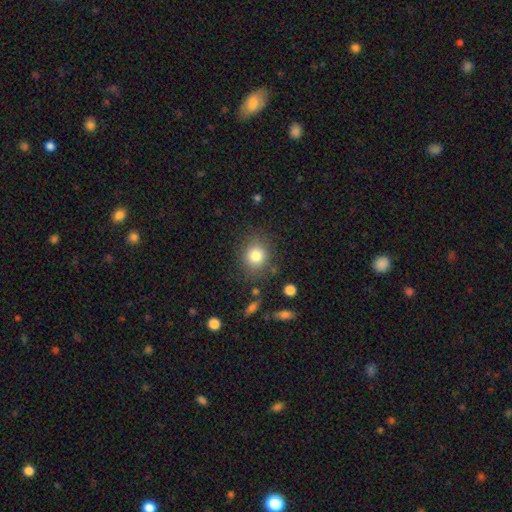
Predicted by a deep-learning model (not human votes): Smooth or featured?
  - smooth: 81% *
  - star or artifact: 11%
  - featured or disk: 8%
How rounded?
  - round: 77% *
  - in between: 22%
  - cigar-shaped: 1%
Merging?
  - none: 82% *
  - minor disturbance: 11%
  - major disturbance: 4%
  - merger: 3%